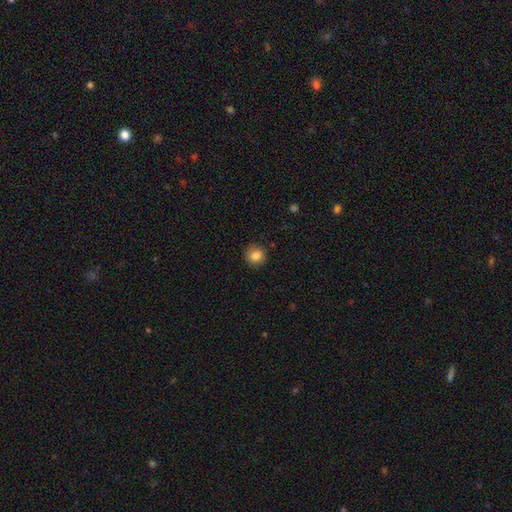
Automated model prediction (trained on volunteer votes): Morphology: type=smooth (85%); roundness=round (88%); merging=none (87%).